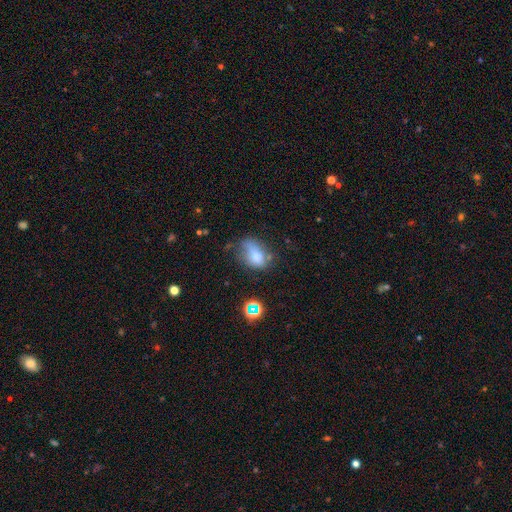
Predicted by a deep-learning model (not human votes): Q: Smooth or featured?
A: smooth (67%); runner-up: featured or disk (19%)
Q: How rounded?
A: in between (82%); runner-up: round (15%)
Q: Merging?
A: none (37%); runner-up: minor disturbance (34%)